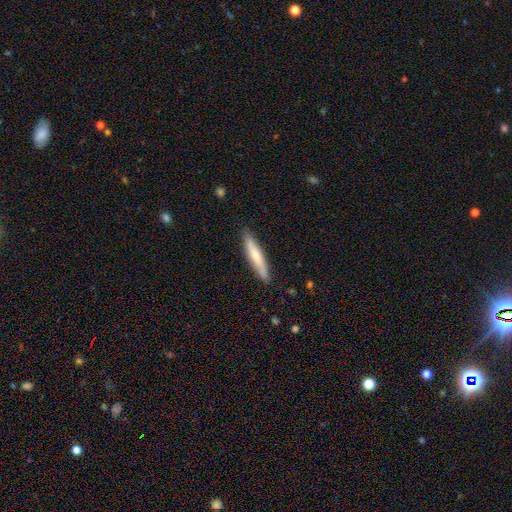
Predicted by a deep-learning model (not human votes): Smooth or featured: smooth — 68% (featured or disk — 27%)
How rounded: cigar-shaped — 90% (in between — 9%)
Merging: none — 86% (minor disturbance — 11%)